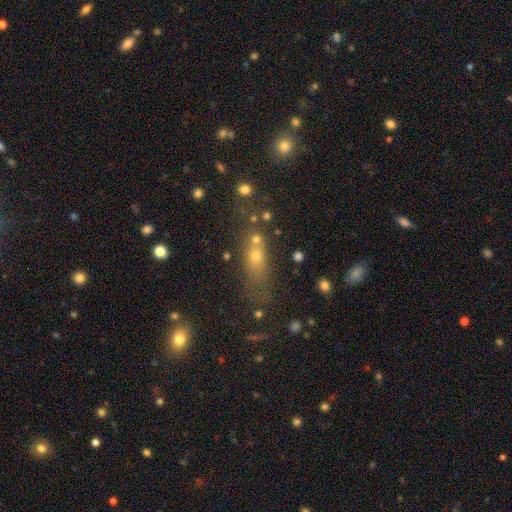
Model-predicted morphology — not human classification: Smooth or featured?
  - smooth: 60% *
  - star or artifact: 22%
  - featured or disk: 18%
How rounded?
  - in between: 50% *
  - cigar-shaped: 27%
  - round: 23%
Merging?
  - none: 51% *
  - merger: 21%
  - minor disturbance: 17%
  - major disturbance: 10%